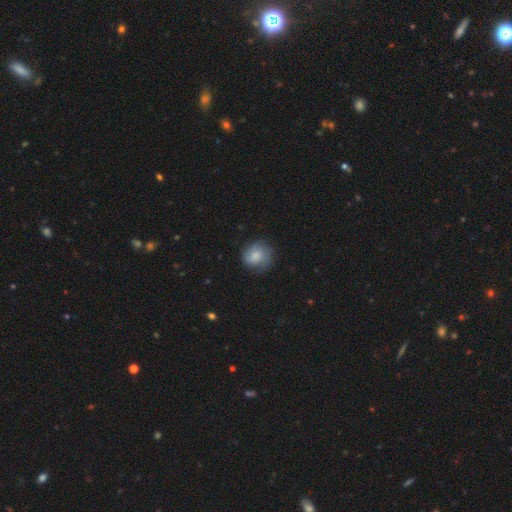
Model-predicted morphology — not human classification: A smooth galaxy with no disk features (71%) that is round (83%). Merging: none (71%).